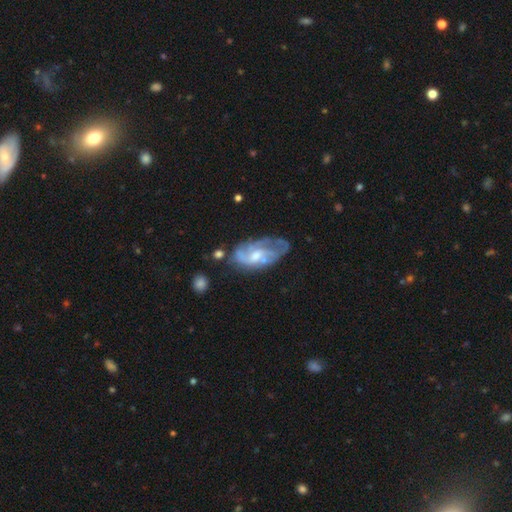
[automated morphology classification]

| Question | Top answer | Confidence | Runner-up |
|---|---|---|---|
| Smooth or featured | featured or disk | 72% | smooth (22%) |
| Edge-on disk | no | 94% | yes (6%) |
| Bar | no | 56% | weak (37%) |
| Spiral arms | yes | 76% | no (24%) |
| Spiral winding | medium | 42% | tight (31%) |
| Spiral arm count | can't tell | 37% | 2 (35%) |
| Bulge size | moderate | 52% | small (31%) |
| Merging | none | 45% | minor disturbance (26%) |